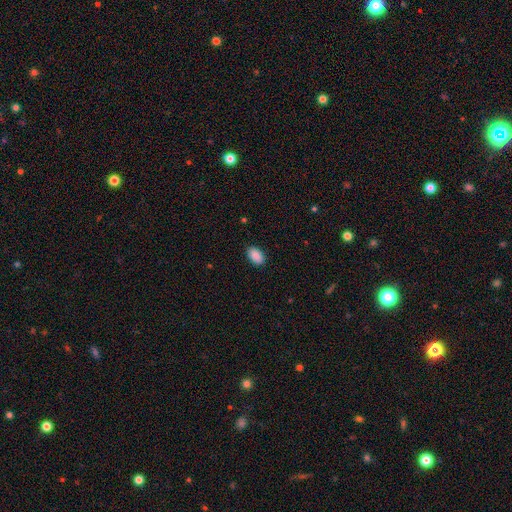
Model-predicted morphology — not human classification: This is clearly a smooth galaxy (90%). How rounded: clearly in between (92%). Merging: clearly none (88%).